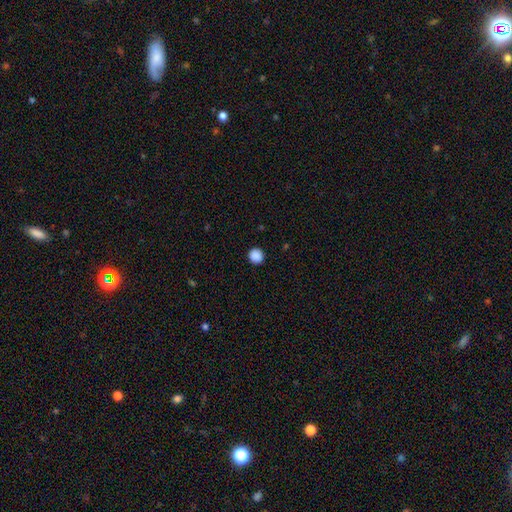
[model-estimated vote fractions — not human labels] Smooth or featured: smooth — 88% (star or artifact — 9%)
How rounded: round — 92% (in between — 7%)
Merging: none — 91% (minor disturbance — 6%)